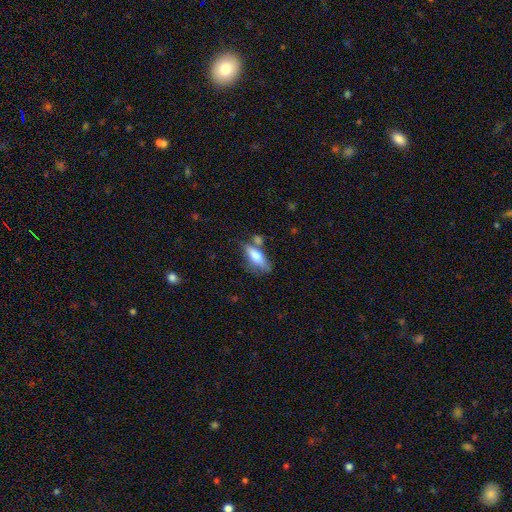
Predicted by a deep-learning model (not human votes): Smooth or featured?
  - smooth: 70% *
  - featured or disk: 23%
  - star or artifact: 7%
How rounded?
  - in between: 65% *
  - cigar-shaped: 31%
  - round: 3%
Merging?
  - none: 51% *
  - minor disturbance: 22%
  - merger: 18%
  - major disturbance: 9%